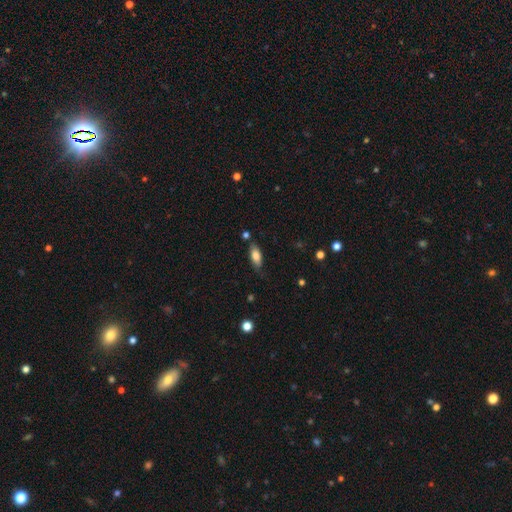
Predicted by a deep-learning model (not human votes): A smooth galaxy with no disk features (78%) that is in between round and cigar-shaped (82%). Merging: none (72%).